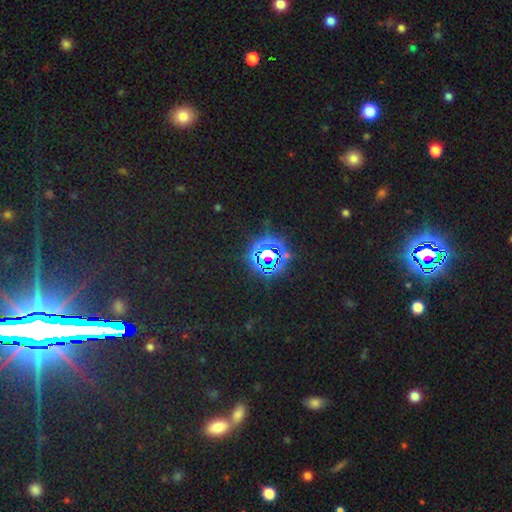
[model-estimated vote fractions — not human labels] A star or artifact, not a galaxy (82%).